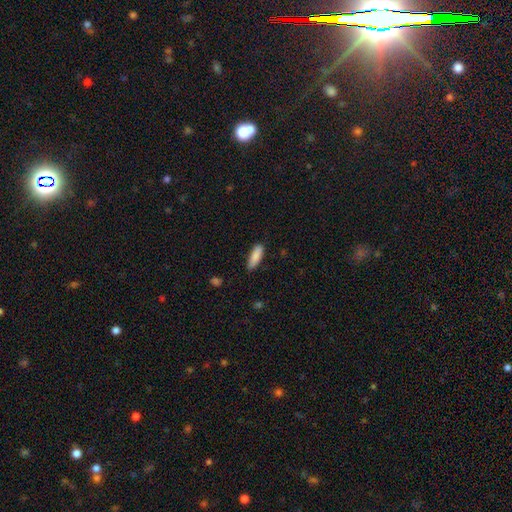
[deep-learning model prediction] Smooth or featured?
  - smooth: 88% *
  - star or artifact: 6%
  - featured or disk: 6%
How rounded?
  - in between: 55% *
  - cigar-shaped: 44%
  - round: 2%
Merging?
  - none: 78% *
  - minor disturbance: 18%
  - major disturbance: 3%
  - merger: 1%